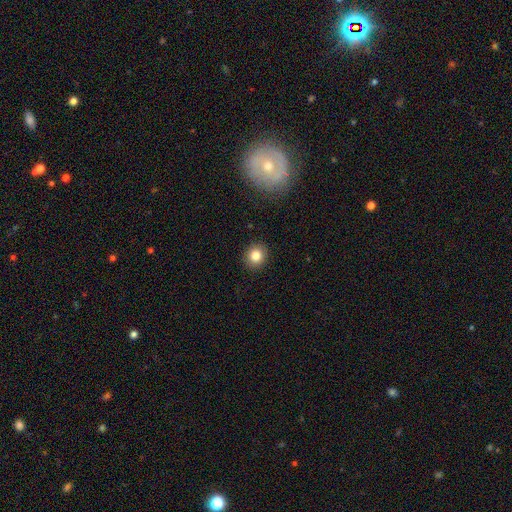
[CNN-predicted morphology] smooth_or_featured: smooth (p=0.82) [alt: star or artifact p=0.11]
how_rounded: round (p=0.83) [alt: in between p=0.16]
merging: none (p=0.91) [alt: minor disturbance p=0.06]